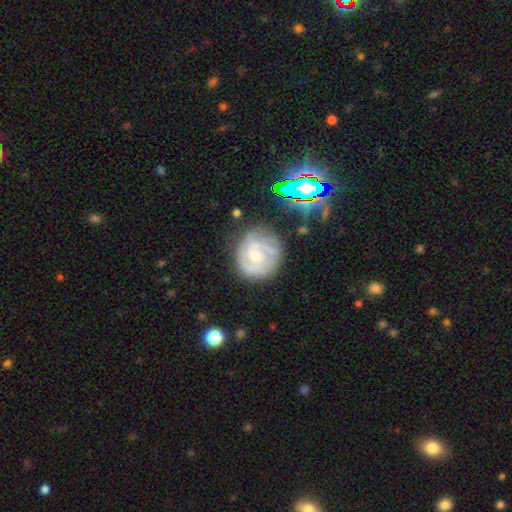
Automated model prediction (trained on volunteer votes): A featured or disk galaxy (77%) with no bar (61%), tight (62%) spiral arms (92%) and a small central bulge (53%). Merging: none (68%).